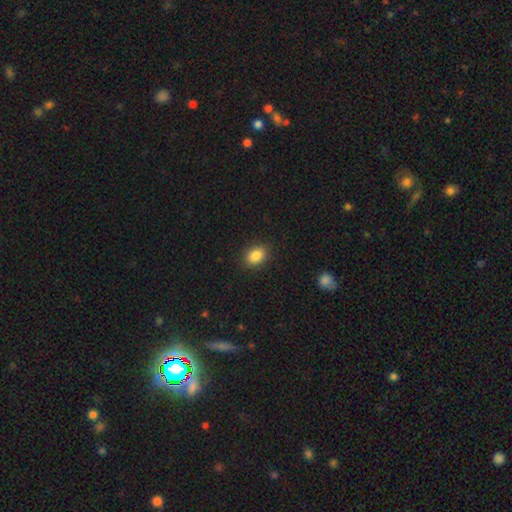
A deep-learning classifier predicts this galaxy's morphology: smooth-or-featured: smooth: 87% | star or artifact: 9% | featured or disk: 4%
  how-rounded: in between: 68% | round: 31% | cigar-shaped: 1%
  merging: none: 88% | minor disturbance: 8% | major disturbance: 2% | merger: 1%